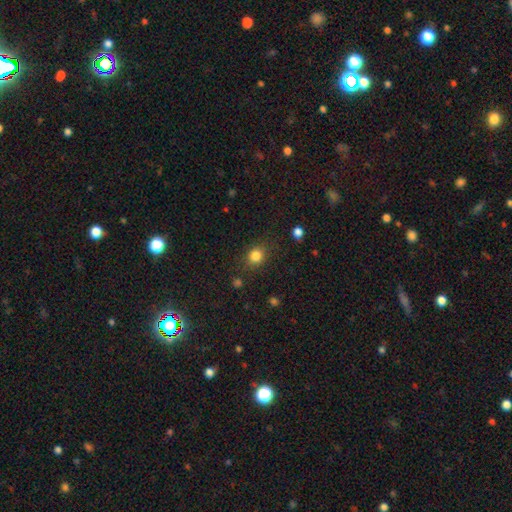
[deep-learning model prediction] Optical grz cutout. It shows a smooth galaxy with no disk features (82%) that is round (74%). Merging: none (82%).